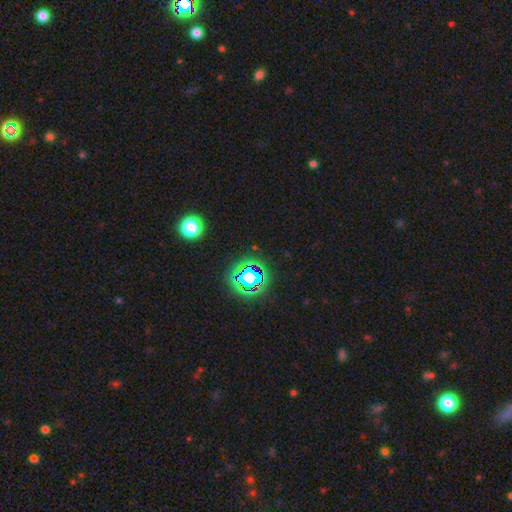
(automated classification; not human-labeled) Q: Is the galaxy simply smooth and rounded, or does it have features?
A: star or artifact — 78%.